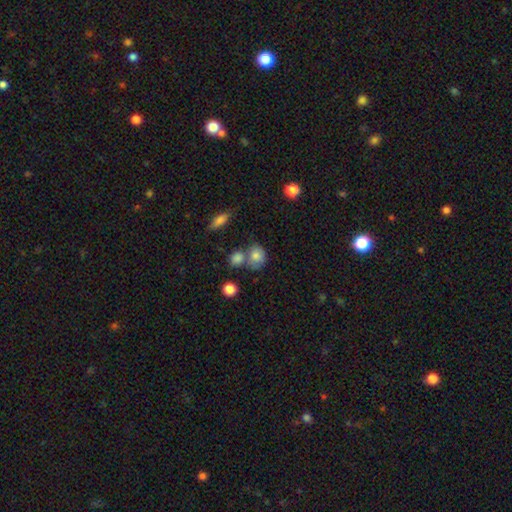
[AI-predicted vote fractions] smooth 76%, featured or disk 14%, star or artifact 10%. Down the decision tree: how rounded — round (53%); merging — none (45%).